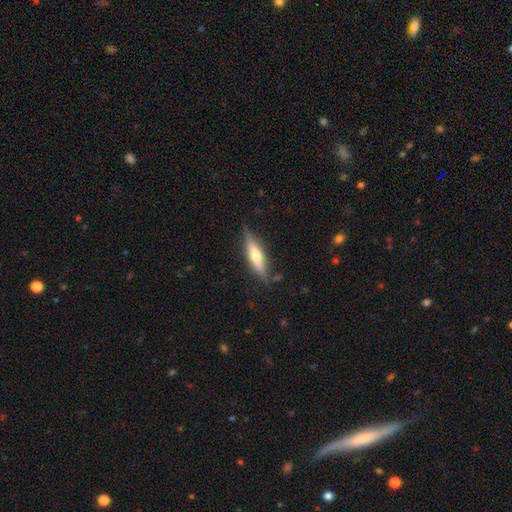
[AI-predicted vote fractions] smooth-or-featured: featured or disk: 55% | smooth: 39% | star or artifact: 6%
  disk-edge-on: yes: 93% | no: 7%
    edge-on-bulge: rounded: 82% | boxy: 10% | none: 8%
  merging: none: 82% | minor disturbance: 13% | major disturbance: 3% | merger: 2%